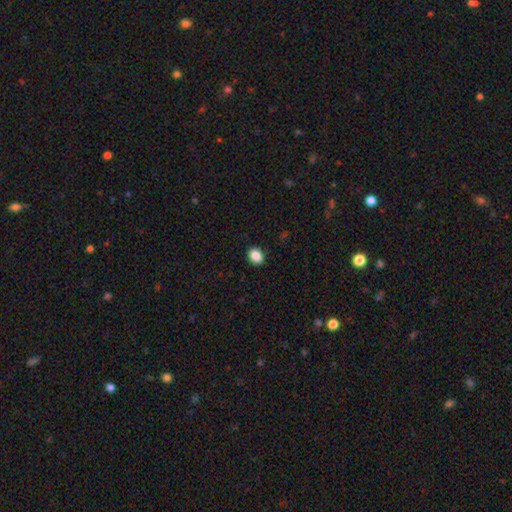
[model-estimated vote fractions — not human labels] Morphology: type=smooth (88%); roundness=in between (61%); merging=none (91%).